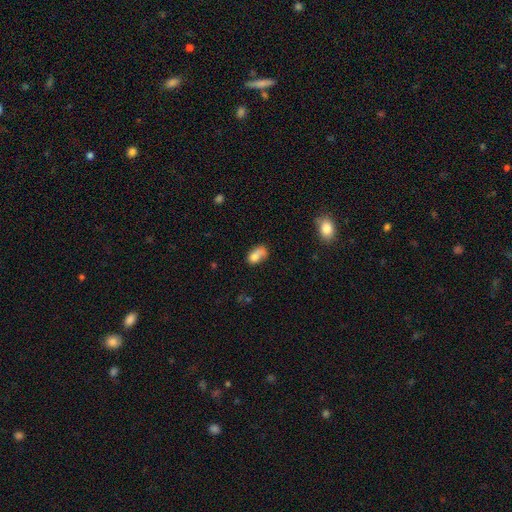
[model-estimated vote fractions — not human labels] Smooth or featured: smooth — 74% (featured or disk — 16%)
How rounded: in between — 83% (round — 12%)
Merging: none — 32% (merger — 28%)